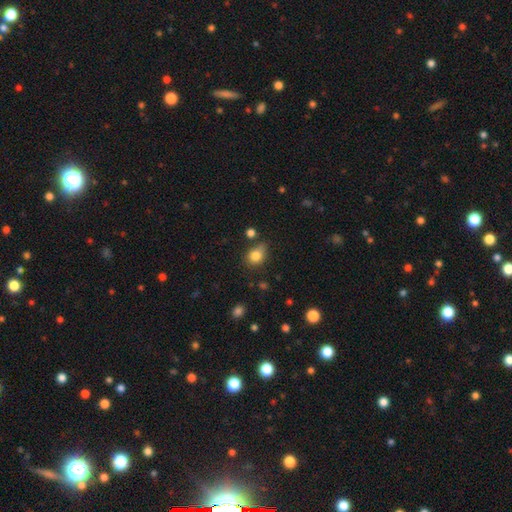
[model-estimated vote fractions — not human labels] smooth-or-featured: smooth: 81% | star or artifact: 11% | featured or disk: 8%
  how-rounded: in between: 49% (tied) | round: 49% (tied) | cigar-shaped: 1%
  merging: none: 58% | minor disturbance: 28% | major disturbance: 7% | merger: 7%